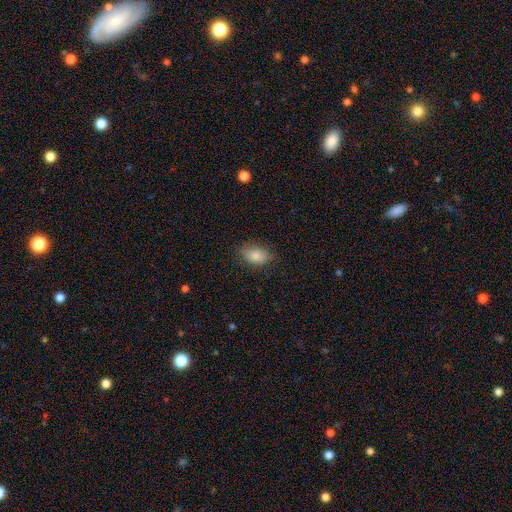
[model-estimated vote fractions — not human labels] Overall: smooth (82%). How rounded: in between (86%). Merging: none (82%).